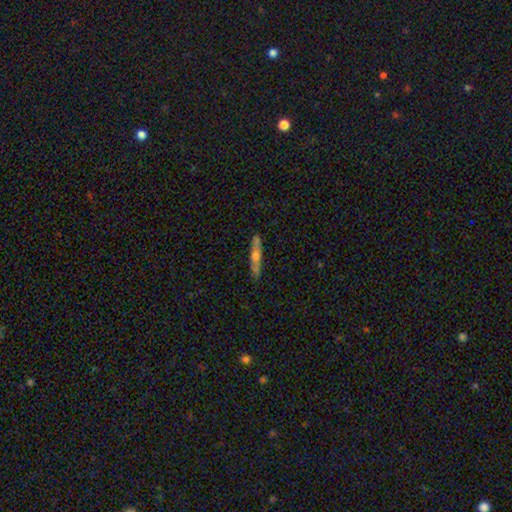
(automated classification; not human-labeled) This is possibly a featured or disk galaxy (58%). It is clearly viewed edge-on (90%). Edge-on bulge: clearly rounded (86%). Merging: clearly none (86%).